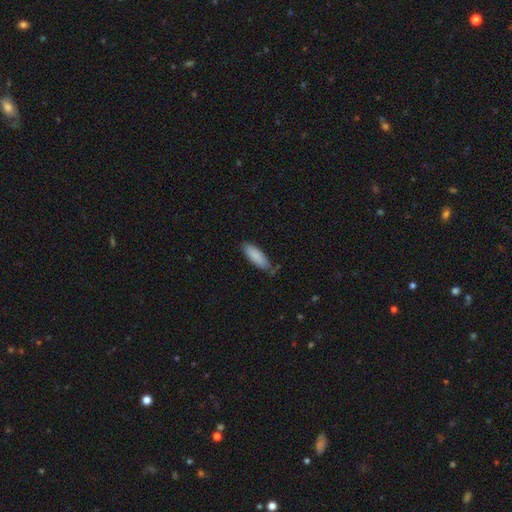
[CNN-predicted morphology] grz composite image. It shows a smooth galaxy with no disk features (88%) that is in between round and cigar-shaped (58%). Merging: none (70%).